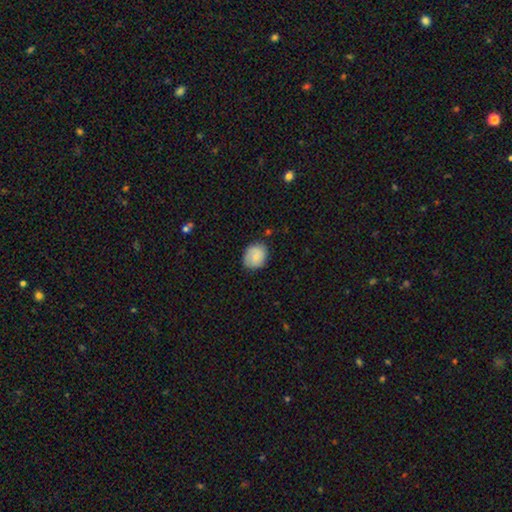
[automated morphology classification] Smooth or featured? Predicted: smooth (p=0.69). How rounded? Predicted: round (p=0.67). Merging? Predicted: none (p=0.77).